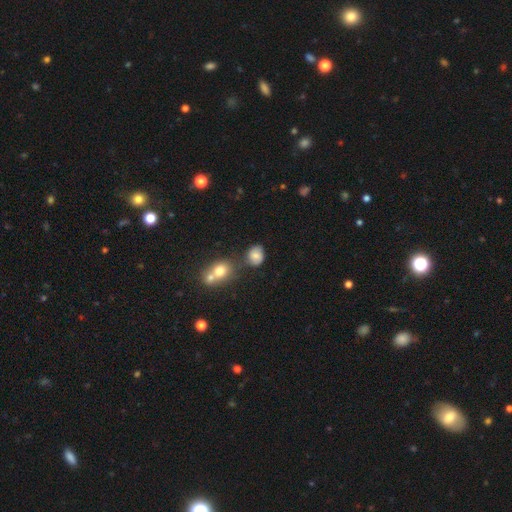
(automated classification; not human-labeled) The model was most divided on "how rounded": round: 57%, in between: 42%, cigar-shaped: 1%. More confident: smooth or featured — smooth (70%); merging — none (61%).